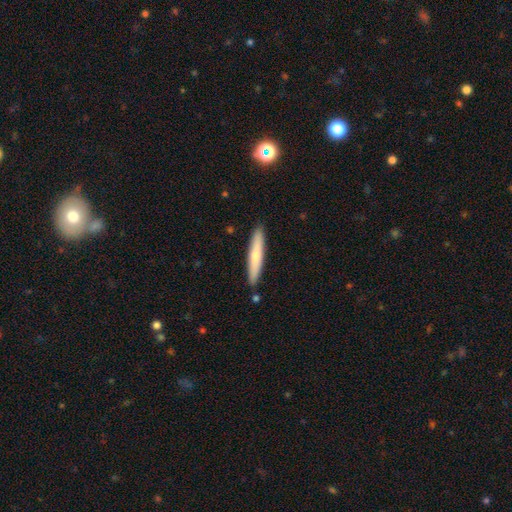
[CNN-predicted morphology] smooth-or-featured: smooth: 65% | featured or disk: 30% | star or artifact: 5%
  how-rounded: cigar-shaped: 92% | in between: 6% | round: 1%
  merging: none: 89% | minor disturbance: 8% | merger: 2% | major disturbance: 1%